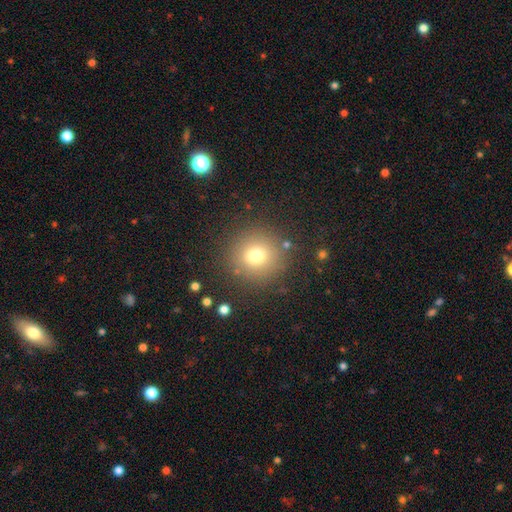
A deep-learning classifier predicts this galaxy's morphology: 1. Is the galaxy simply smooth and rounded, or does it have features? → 72% smooth, 17% star or artifact, 11% featured or disk.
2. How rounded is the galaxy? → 94% round, 5% in between, 1% cigar-shaped.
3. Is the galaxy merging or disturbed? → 86% none, 8% minor disturbance, 4% major disturbance, 2% merger.